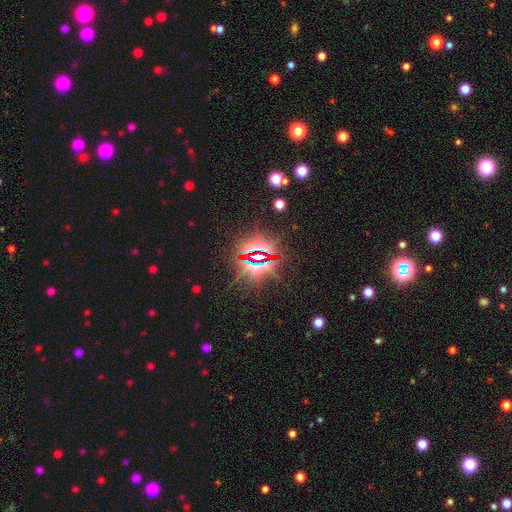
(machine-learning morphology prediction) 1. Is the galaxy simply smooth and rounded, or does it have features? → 82% star or artifact, 9% smooth, 8% featured or disk.